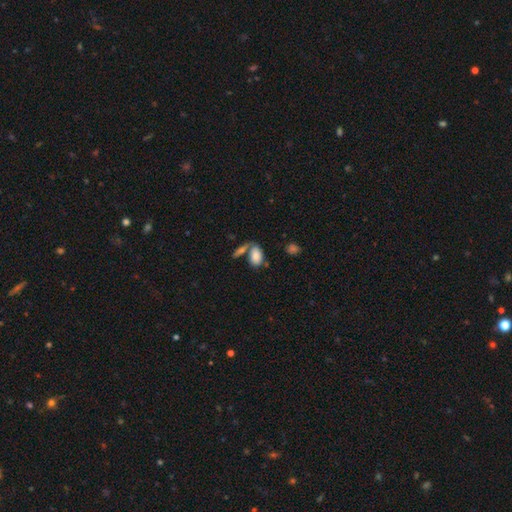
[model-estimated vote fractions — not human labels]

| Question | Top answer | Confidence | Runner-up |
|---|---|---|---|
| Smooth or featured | smooth | 82% | featured or disk (11%) |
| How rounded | in between | 92% | round (5%) |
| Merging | none | 47% | merger (34%) |